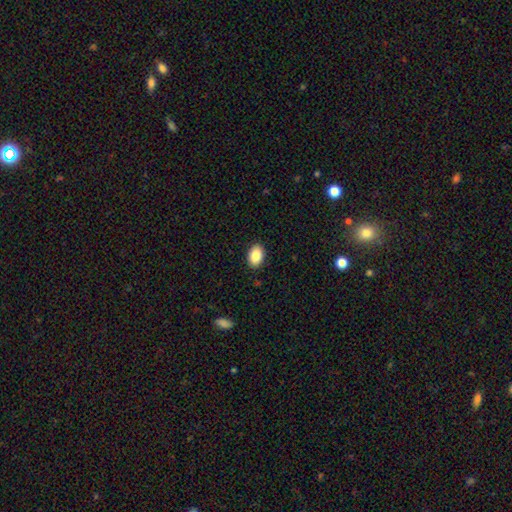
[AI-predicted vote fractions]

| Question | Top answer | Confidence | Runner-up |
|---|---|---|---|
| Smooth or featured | smooth | 87% | star or artifact (7%) |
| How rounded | in between | 86% | round (13%) |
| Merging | none | 90% | minor disturbance (7%) |